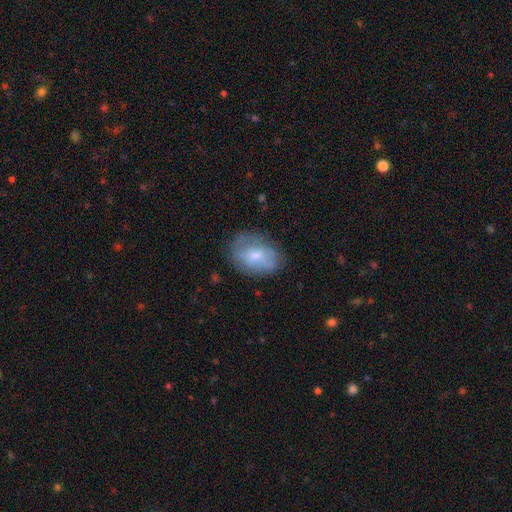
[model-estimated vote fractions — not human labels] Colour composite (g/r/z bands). It shows a smooth galaxy with no disk features (57%) that is in between round and cigar-shaped (72%). Merging: none (69%).